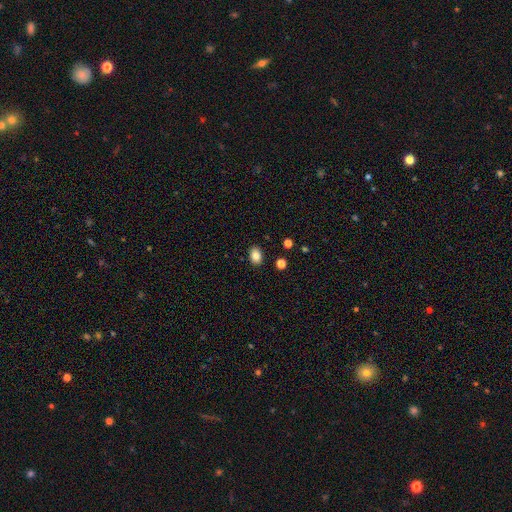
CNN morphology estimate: The model was most divided on "how rounded": in between: 78%, round: 21%, cigar-shaped: 1%. More confident: merging — none (88%); smooth or featured — smooth (84%).